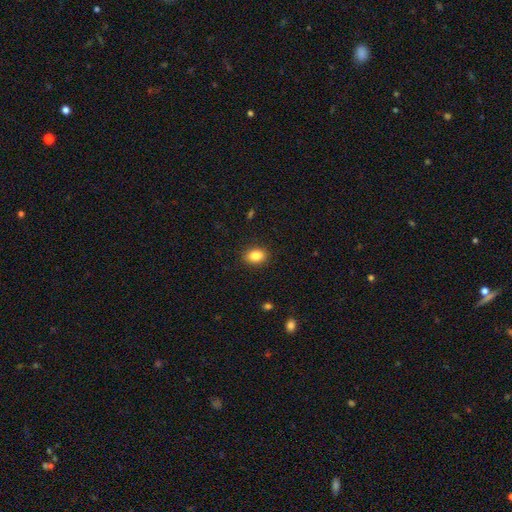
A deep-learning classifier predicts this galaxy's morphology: Smooth or featured? Predicted: smooth (p=0.86). How rounded? Predicted: in between (p=0.74). Merging? Predicted: none (p=0.89).